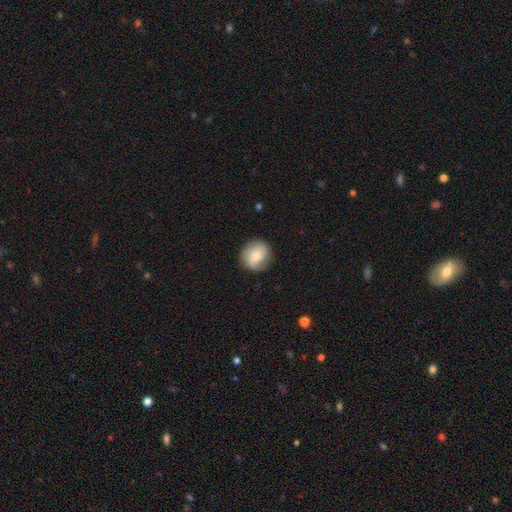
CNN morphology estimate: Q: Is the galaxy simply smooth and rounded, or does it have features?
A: smooth — 64%.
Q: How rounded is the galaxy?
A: round — 82%.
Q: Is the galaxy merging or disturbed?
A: none — 80%.